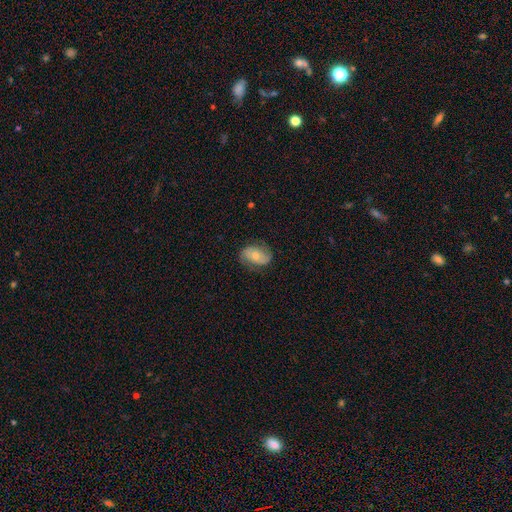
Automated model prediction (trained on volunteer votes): Q: Smooth or featured?
A: featured or disk (56%); runner-up: smooth (37%)
Q: Edge-on disk?
A: no (96%); runner-up: yes (4%)
Q: Bar?
A: no (61%); runner-up: weak (28%)
Q: Spiral arms?
A: yes (84%); runner-up: no (16%)
Q: Bulge size?
A: moderate (49%); runner-up: small (44%)
Q: Merging?
A: none (75%); runner-up: minor disturbance (18%)